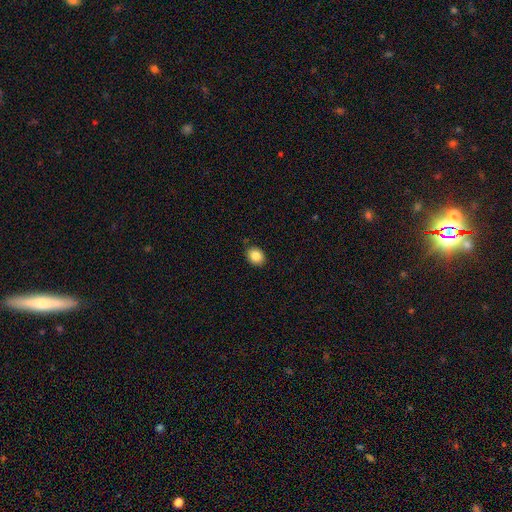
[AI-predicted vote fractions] smooth 85%, star or artifact 9%, featured or disk 6%. Down the decision tree: how rounded — in between (52%); merging — none (86%).